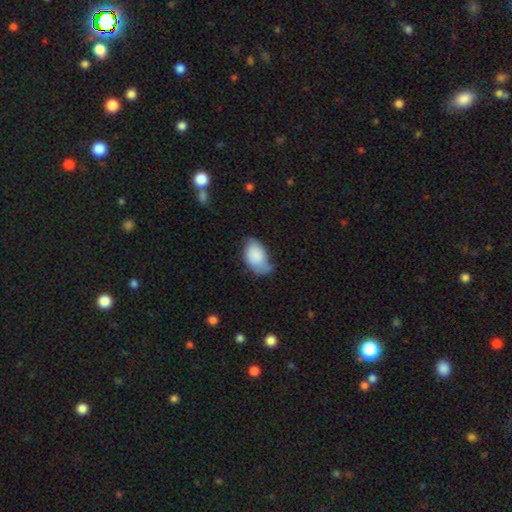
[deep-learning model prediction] A smooth galaxy with no disk features (83%) that is in between round and cigar-shaped (92%).

Vote fractions:
- Smooth or featured? smooth: 83% / featured or disk: 11% / star or artifact: 6%
- How rounded? in between: 92% / round: 6% / cigar-shaped: 1%
- Merging? minor disturbance: 42% / none: 38% / major disturbance: 14% / merger: 5%